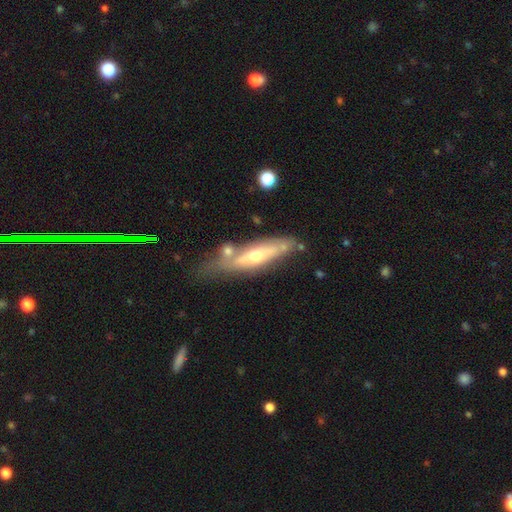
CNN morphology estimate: This appears to be a featured or disk galaxy (64%) viewed edge-on (62%). Merging: none (58%).